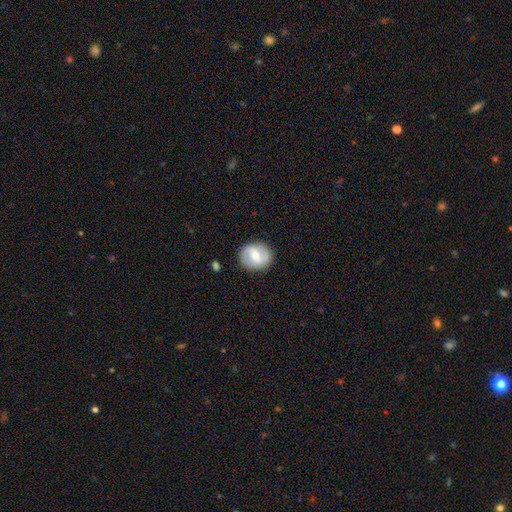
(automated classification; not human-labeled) smooth_or_featured: featured or disk (p=0.71) [alt: smooth p=0.24]
disk_edge_on: no (p=0.97) [alt: yes p=0.03]
bar: weak (p=0.48) [alt: strong p=0.35]
has_spiral_arms: yes (p=0.86) [alt: no p=0.14]
spiral_winding: medium (p=0.45) [alt: loose p=0.32]
spiral_arm_count: 2 (p=0.89) [alt: can't tell p=0.05]
bulge_size: moderate (p=0.53) [alt: small p=0.39]
merging: none (p=0.86) [alt: minor disturbance p=0.10]